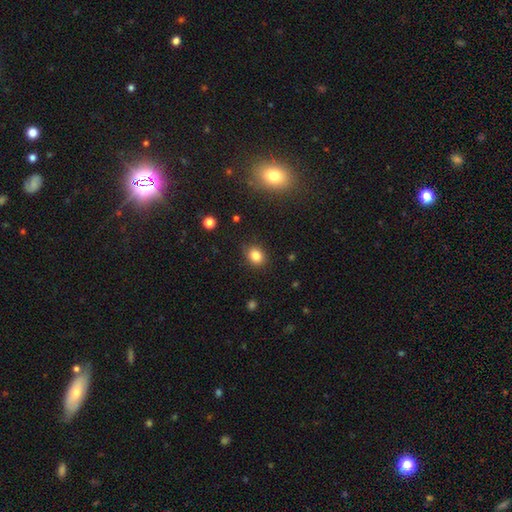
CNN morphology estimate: The model was most divided on "how rounded": round: 52%, in between: 47%, cigar-shaped: 1%. More confident: merging — none (84%); smooth or featured — smooth (83%).